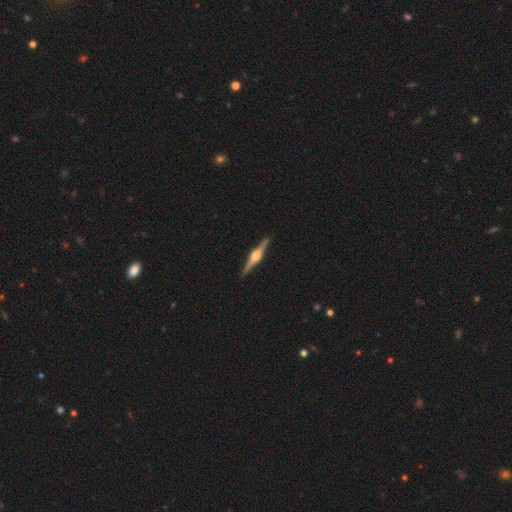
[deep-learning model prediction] smooth_or_featured: featured or disk (p=0.85) [alt: smooth p=0.10]
disk_edge_on: yes (p=0.99) [alt: no p=0.01]
edge_on_bulge: rounded (p=0.90) [alt: boxy p=0.08]
merging: none (p=0.92) [alt: minor disturbance p=0.05]